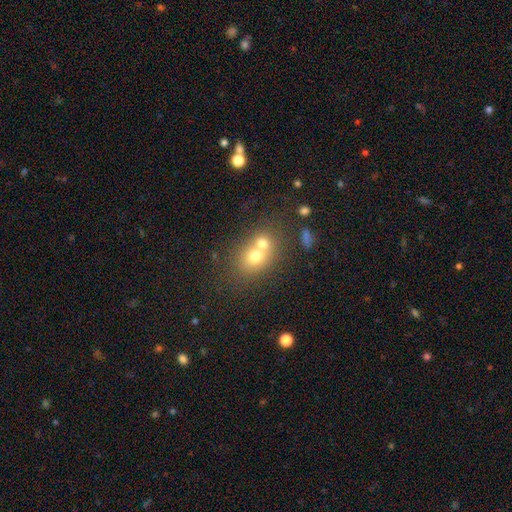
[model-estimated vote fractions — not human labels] Morphology: type=smooth (67%); roundness=round (58%); merging=merger (62%).